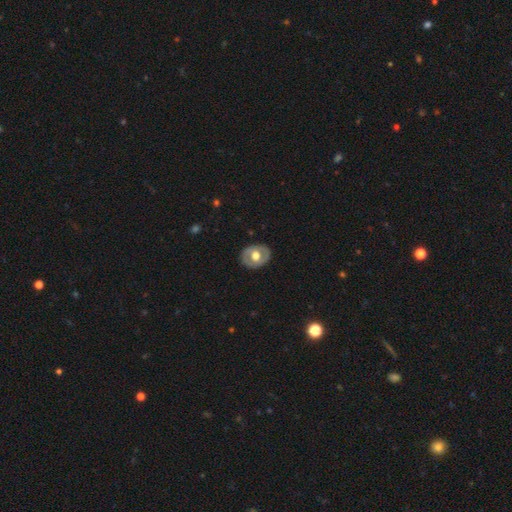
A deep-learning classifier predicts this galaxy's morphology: type=featured or disk (53%); edge-on=no (93%); merging=none (84%).